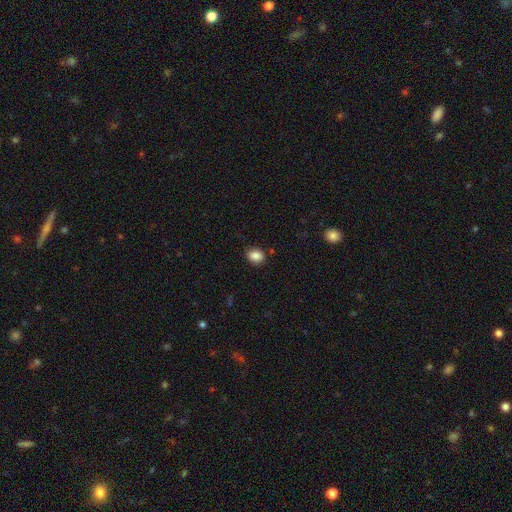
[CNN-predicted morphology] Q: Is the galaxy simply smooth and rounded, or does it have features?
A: smooth — 86%.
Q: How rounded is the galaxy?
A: in between — 55%.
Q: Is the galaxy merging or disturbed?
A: none — 86%.